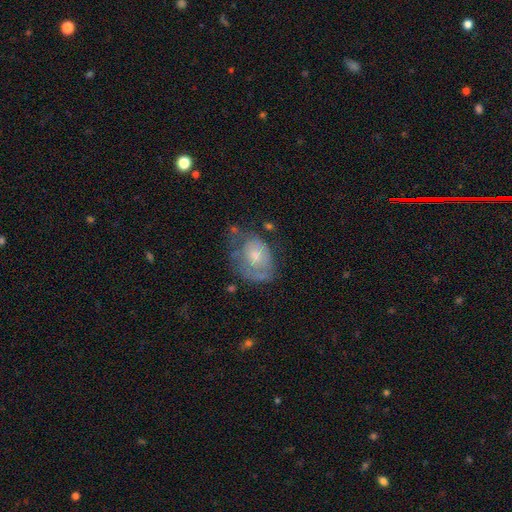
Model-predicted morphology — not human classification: Smooth or featured?
  - featured or disk: 53% *
  - smooth: 39%
  - star or artifact: 8%
Edge-on disk?
  - no: 96% *
  - yes: 4%
Bar?
  - no: 82% *
  - weak: 15%
  - strong: 2%
Spiral arms?
  - yes: 53% *
  - no: 47%
Bulge size?
  - small: 49% *
  - moderate: 43%
  - none: 4%
  - large: 4%
  - dominant: 1%
Merging?
  - none: 41% *
  - minor disturbance: 31%
  - major disturbance: 24%
  - merger: 3%